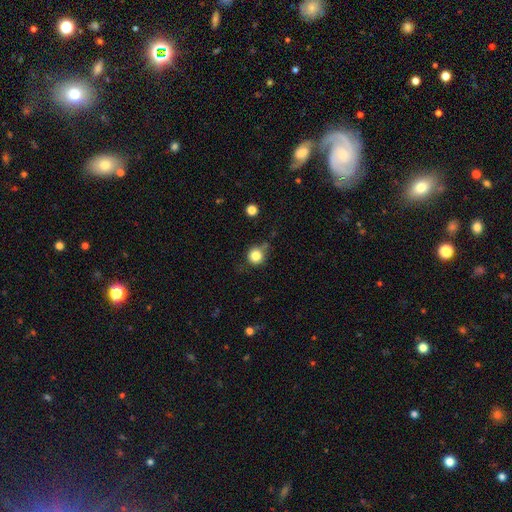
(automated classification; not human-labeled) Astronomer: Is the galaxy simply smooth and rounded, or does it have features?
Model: smooth — 83%.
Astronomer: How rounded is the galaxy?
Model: round — 92%.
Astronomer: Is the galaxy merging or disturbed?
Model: none — 71%.